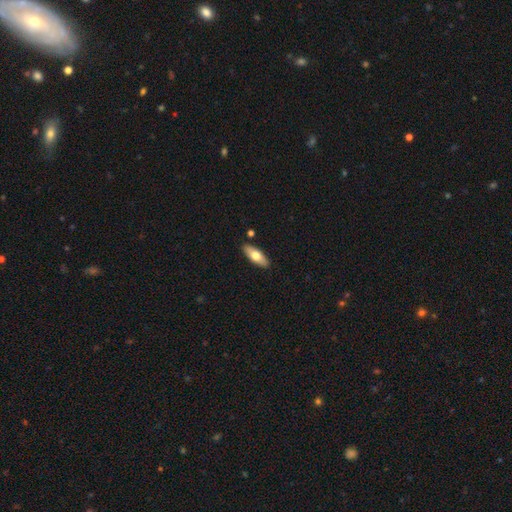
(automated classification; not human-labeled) The model was most divided on "smooth or featured": smooth: 64%, featured or disk: 30%, star or artifact: 6%. More confident: merging — none (88%); how rounded — in between (69%).